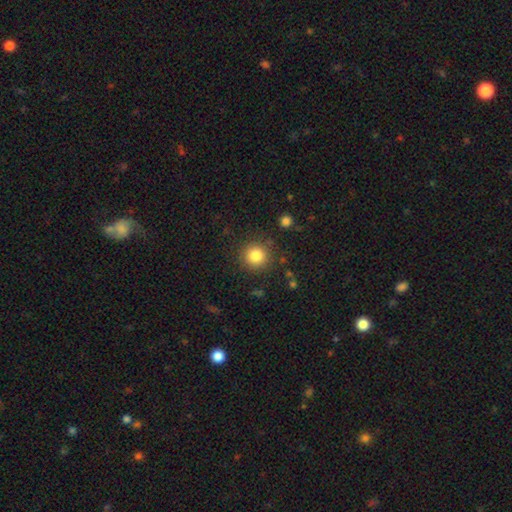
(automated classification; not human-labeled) The model was most divided on "smooth or featured": smooth: 83%, star or artifact: 11%, featured or disk: 6%. More confident: how rounded — round (94%); merging — none (88%).